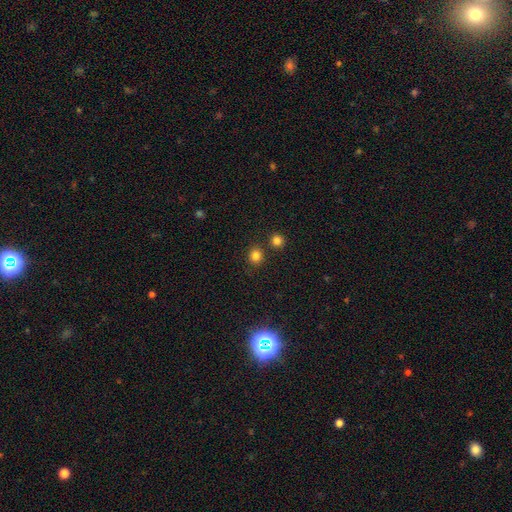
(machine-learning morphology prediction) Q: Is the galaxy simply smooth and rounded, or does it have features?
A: smooth — 81%.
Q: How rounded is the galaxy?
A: round — 84%.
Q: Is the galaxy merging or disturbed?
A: none — 82%.